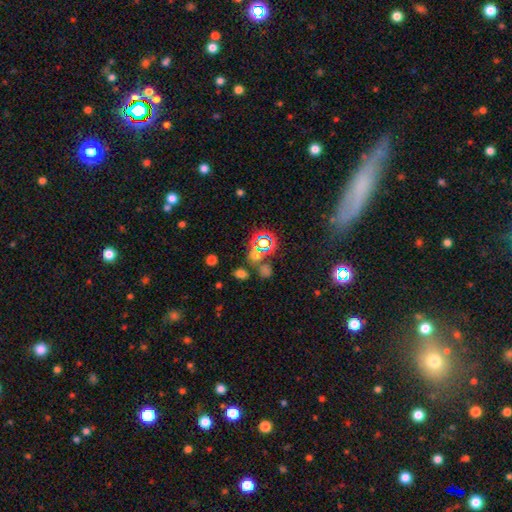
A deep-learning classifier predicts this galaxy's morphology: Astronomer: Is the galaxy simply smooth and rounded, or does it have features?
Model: star or artifact — 50% (runner-up: smooth, 42%).